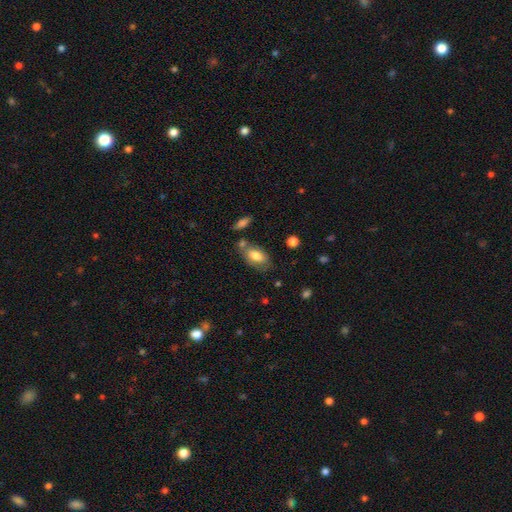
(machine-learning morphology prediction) A smooth galaxy with no disk features (76%) that is in between round and cigar-shaped (92%). Merging: none (63%).